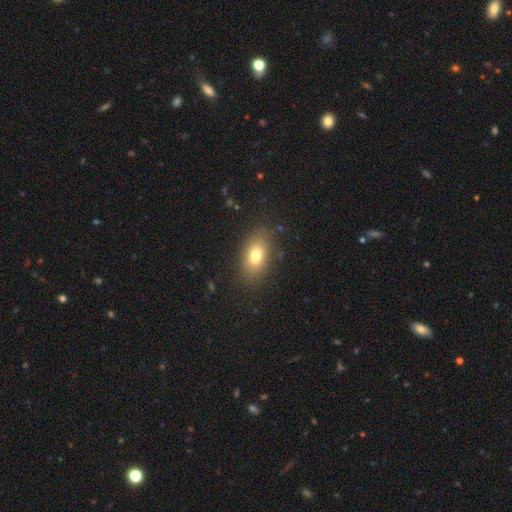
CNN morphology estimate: smooth-or-featured: smooth: 75% | featured or disk: 15% | star or artifact: 10%
  how-rounded: in between: 86% | round: 9% | cigar-shaped: 6%
  merging: none: 84% | minor disturbance: 11% | major disturbance: 4% | merger: 1%